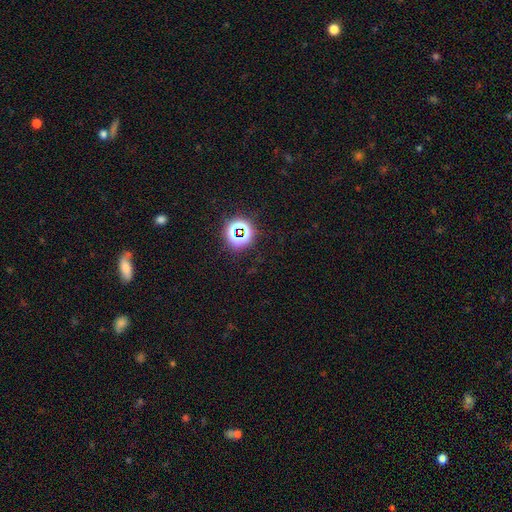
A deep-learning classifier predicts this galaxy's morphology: This appears to be a star or artifact, not a galaxy (75%).